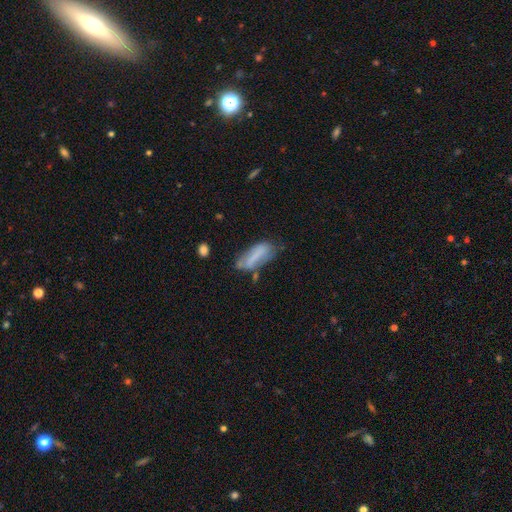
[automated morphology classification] The model was most divided on "merging": none: 44%, minor disturbance: 34%, major disturbance: 14%, merger: 8%. More confident: smooth or featured — smooth (66%); how rounded — in between (64%).